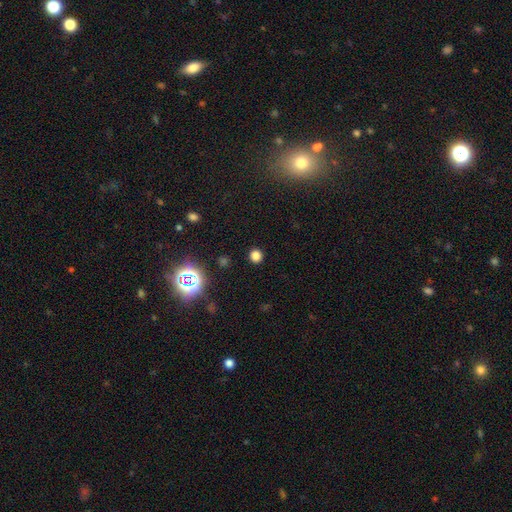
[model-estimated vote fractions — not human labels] Smooth or featured? smooth (77%)
How rounded? round (90%)
Merging? none (91%)